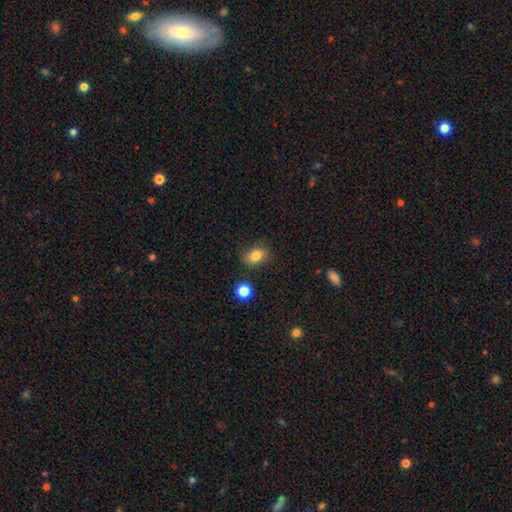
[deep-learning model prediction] Overall: smooth (82%). How rounded: in between (73%). Merging: none (77%).